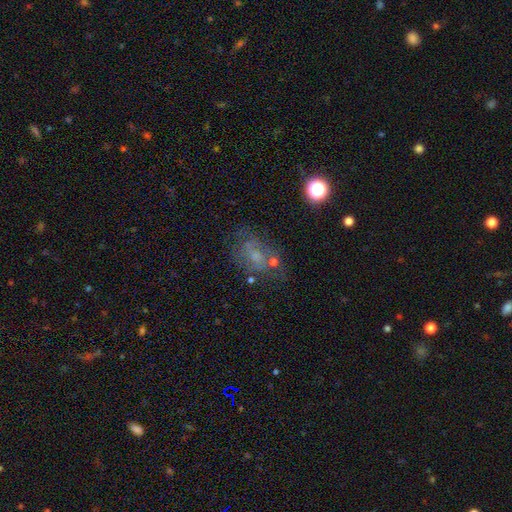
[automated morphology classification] The model was most divided on "smooth or featured": featured or disk: 45%, smooth: 34%, star or artifact: 21%. More confident: merging — none (51%).